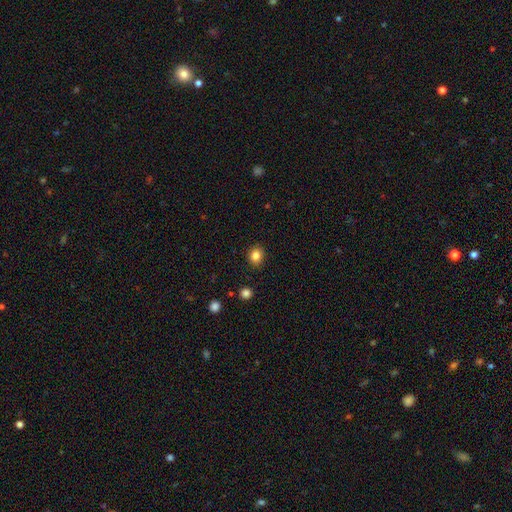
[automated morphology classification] Q: Smooth or featured?
A: smooth (84%); runner-up: star or artifact (11%)
Q: How rounded?
A: round (69%); runner-up: in between (30%)
Q: Merging?
A: none (89%); runner-up: minor disturbance (8%)